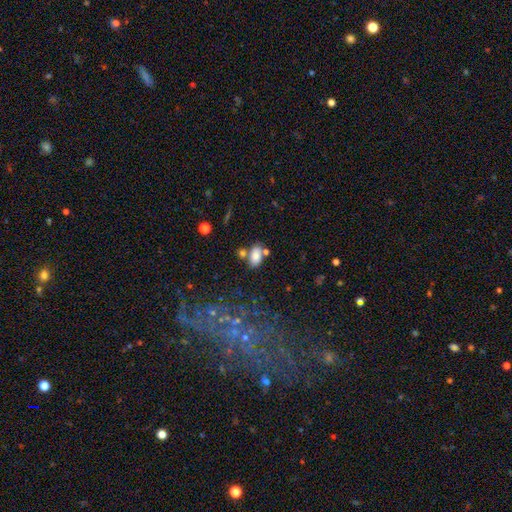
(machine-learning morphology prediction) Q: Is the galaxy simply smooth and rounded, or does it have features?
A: smooth — 79%.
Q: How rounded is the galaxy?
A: in between — 90%.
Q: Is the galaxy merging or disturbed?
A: none — 61%.